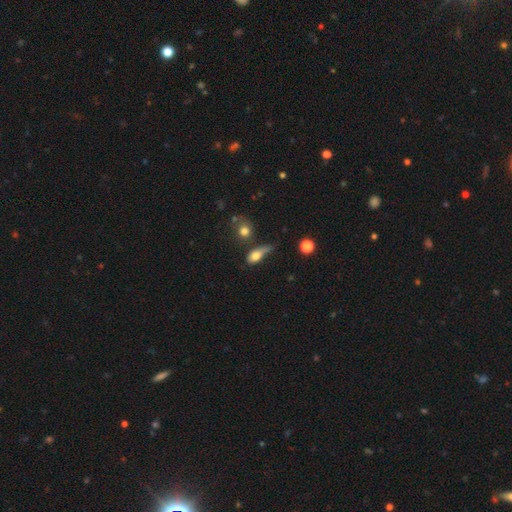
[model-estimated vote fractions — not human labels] A smooth galaxy with no disk features (70%) that is in between round and cigar-shaped (68%).

Vote fractions:
- Smooth or featured? smooth: 70% / featured or disk: 20% / star or artifact: 10%
- How rounded? in between: 68% / cigar-shaped: 16% / round: 16%
- Merging? major disturbance: 30% / minor disturbance: 28% / none: 27% / merger: 15%